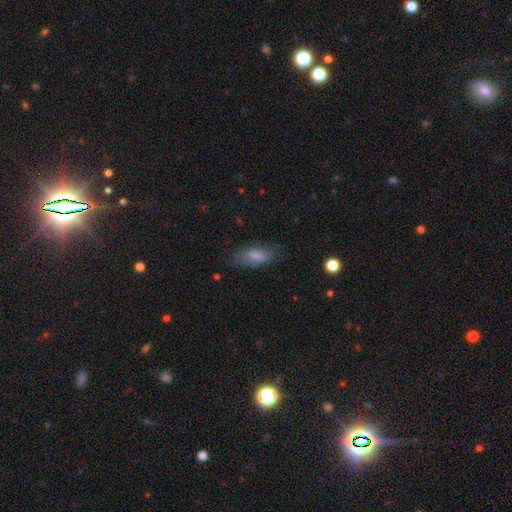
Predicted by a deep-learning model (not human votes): Smooth or featured: smooth — 77% (featured or disk — 15%)
How rounded: in between — 81% (cigar-shaped — 16%)
Merging: none — 68% (minor disturbance — 22%)